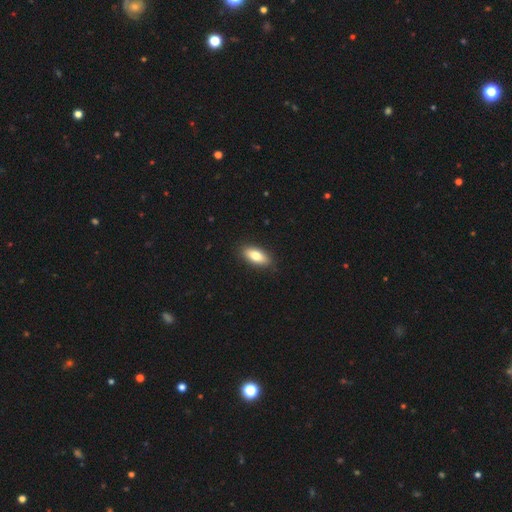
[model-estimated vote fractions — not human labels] Smooth or featured? smooth (77%)
How rounded? in between (82%)
Merging? none (89%)